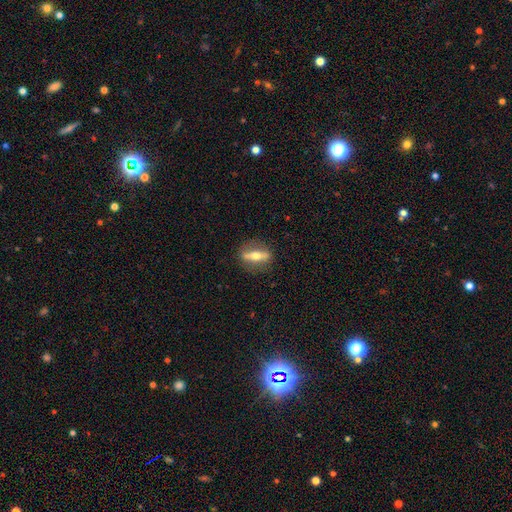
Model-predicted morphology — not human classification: Smooth or featured: featured or disk — 64% (smooth — 29%)
Edge-on disk: yes — 72% (no — 28%)
Merging: none — 84% (minor disturbance — 10%)